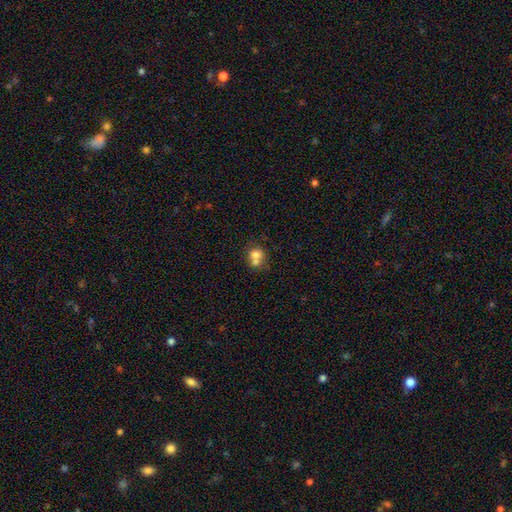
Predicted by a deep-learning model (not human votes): The model was most divided on "merging": merger: 57%, none: 32%, minor disturbance: 7%, major disturbance: 3%. More confident: how rounded — round (72%); smooth or featured — smooth (71%).